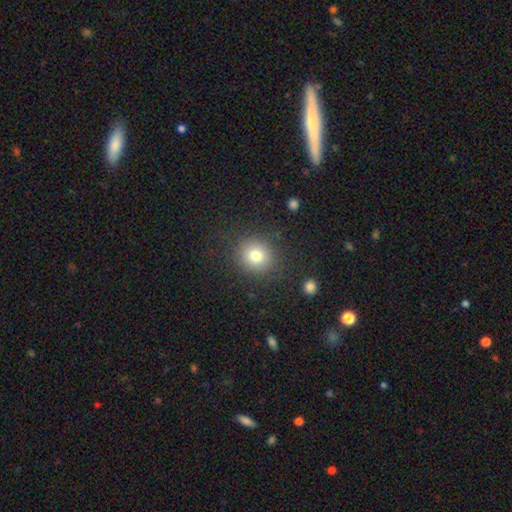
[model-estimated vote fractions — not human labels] A smooth galaxy with no disk features (77%) that is round (86%). Merging: none (86%).